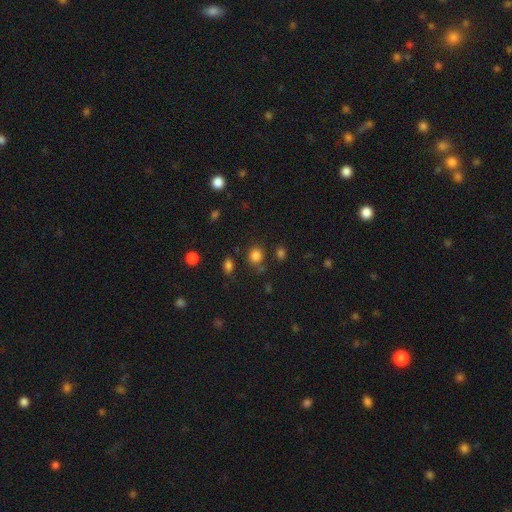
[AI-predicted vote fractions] Morphology: type=smooth (82%); roundness=round (78%); merging=none (76%).